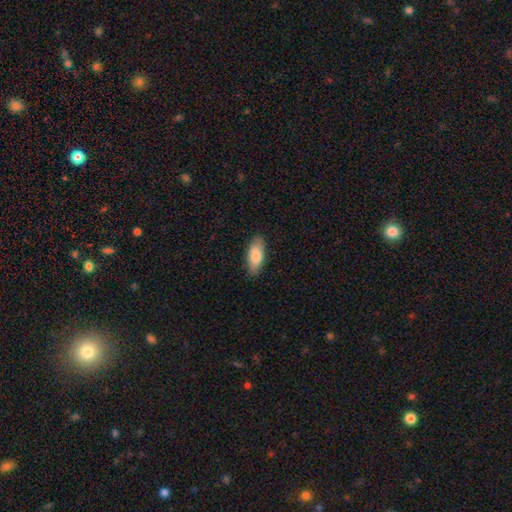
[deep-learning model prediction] Morphology: type=smooth (83%); roundness=in between (81%); merging=none (86%).